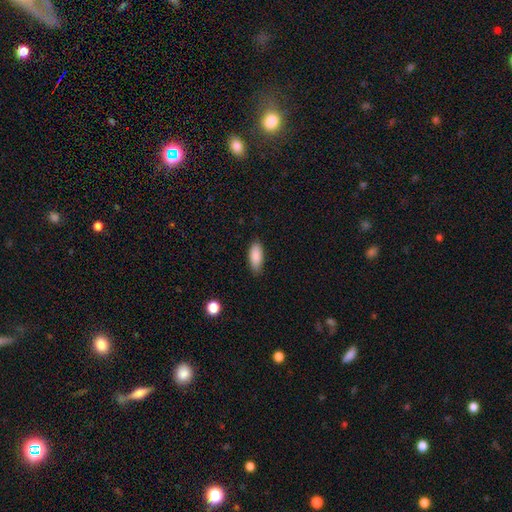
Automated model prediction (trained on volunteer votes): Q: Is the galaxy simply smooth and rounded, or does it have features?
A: smooth — 88%.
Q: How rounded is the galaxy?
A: in between — 83%.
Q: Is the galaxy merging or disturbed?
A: none — 81%.